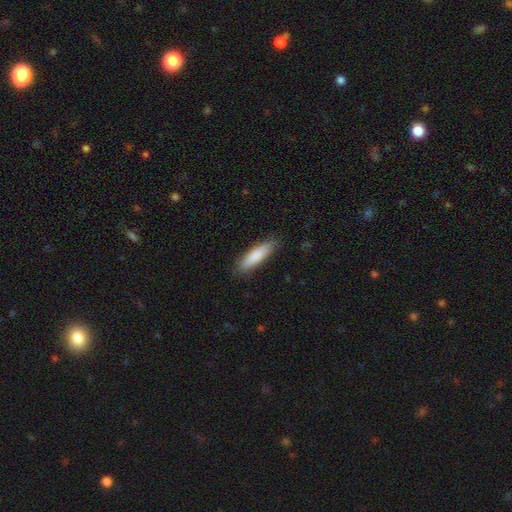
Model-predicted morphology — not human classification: smooth_or_featured: smooth (p=0.83) [alt: featured or disk p=0.11]
how_rounded: cigar-shaped (p=0.73) [alt: in between p=0.26]
merging: none (p=0.86) [alt: minor disturbance p=0.10]